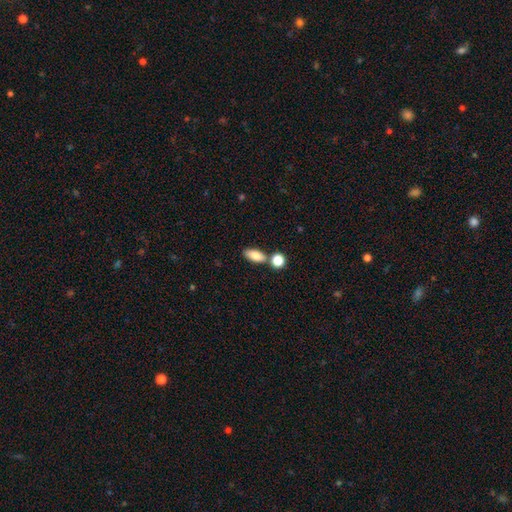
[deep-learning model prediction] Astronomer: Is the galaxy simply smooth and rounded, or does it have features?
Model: smooth — 84%.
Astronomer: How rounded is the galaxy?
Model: in between — 81%.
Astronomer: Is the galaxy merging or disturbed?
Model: none — 66%.